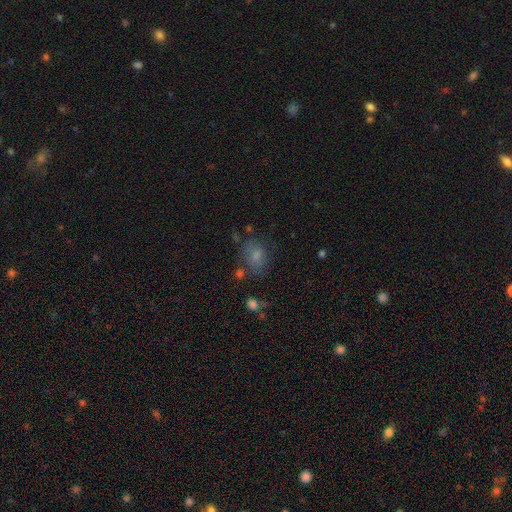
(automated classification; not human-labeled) Overall: smooth (71%). How rounded: in between (66%; round 32%). Merging: none (58%; minor disturbance 21%).